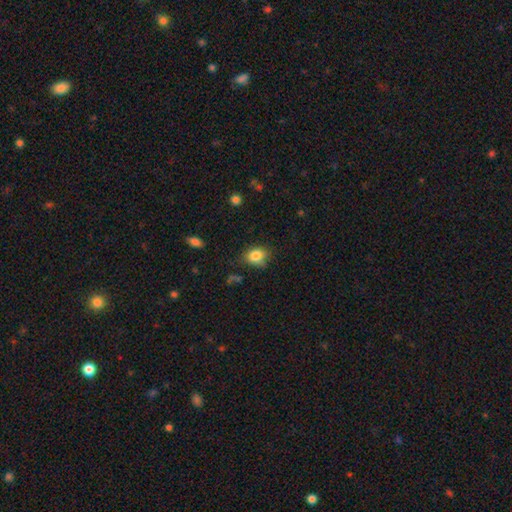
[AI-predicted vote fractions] The model was most divided on "how rounded": in between: 53%, round: 46%, cigar-shaped: 1%. More confident: smooth or featured — smooth (83%); merging — none (70%).